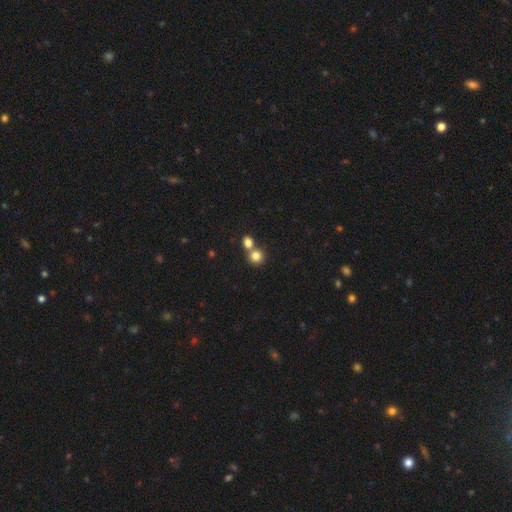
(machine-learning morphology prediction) smooth-or-featured: smooth: 81% | star or artifact: 11% | featured or disk: 8%
  how-rounded: round: 86% | in between: 13% | cigar-shaped: 1%
  merging: none: 49% | merger: 43% | minor disturbance: 6% | major disturbance: 2%